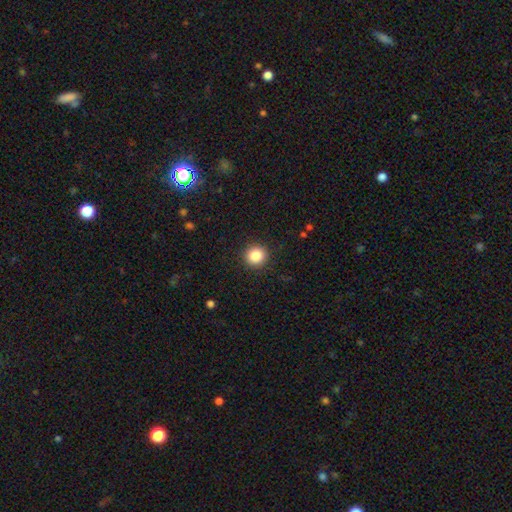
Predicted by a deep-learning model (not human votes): Smooth or featured? smooth (86%)
How rounded? round (93%)
Merging? none (92%)